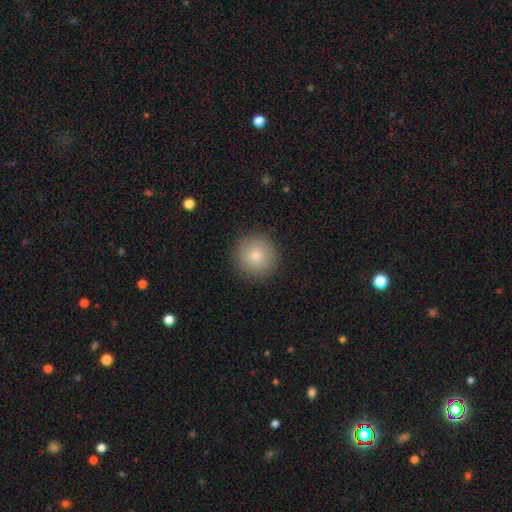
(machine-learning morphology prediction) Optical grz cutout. It shows a smooth galaxy with no disk features (82%) that is round (96%). Merging: none (91%).